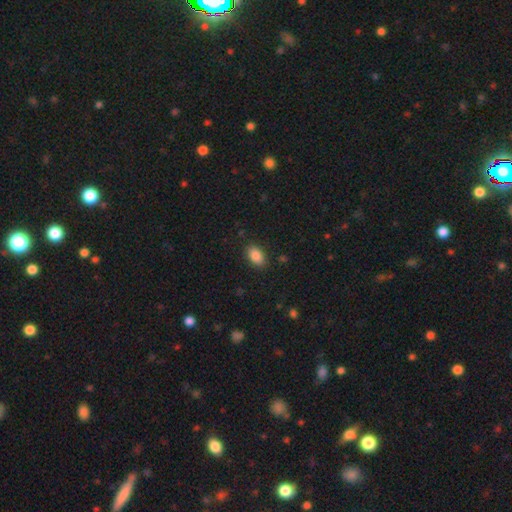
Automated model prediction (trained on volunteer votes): A smooth galaxy with no disk features (87%) that is in between round and cigar-shaped (90%). Merging: none (87%).